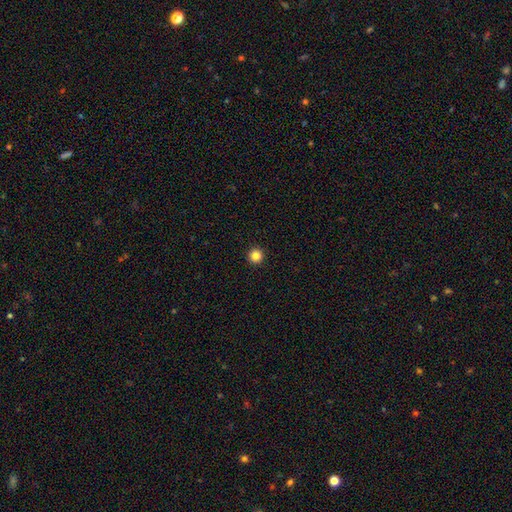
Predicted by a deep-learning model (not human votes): A smooth galaxy with no disk features (84%) that is round (96%). Merging: none (94%).